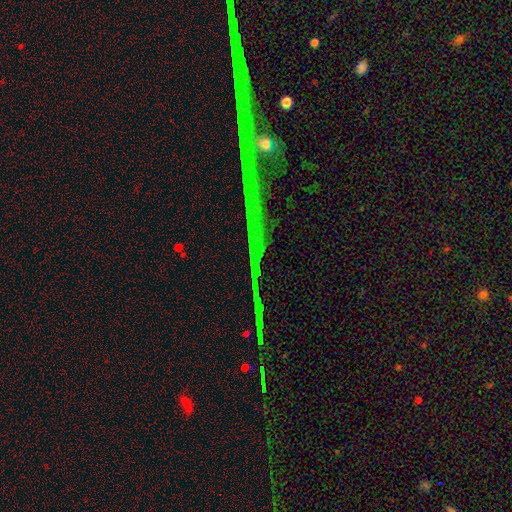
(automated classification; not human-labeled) star or artifact 77%, featured or disk 13%, smooth 11%.